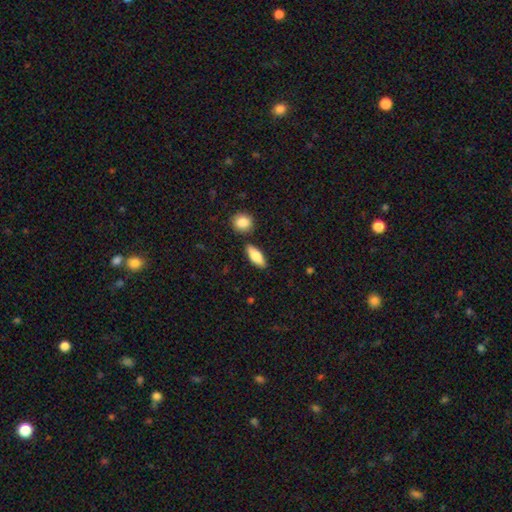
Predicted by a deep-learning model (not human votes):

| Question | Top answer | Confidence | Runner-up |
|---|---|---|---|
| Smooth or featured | smooth | 77% | featured or disk (17%) |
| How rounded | in between | 73% | cigar-shaped (24%) |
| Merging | none | 83% | minor disturbance (9%) |